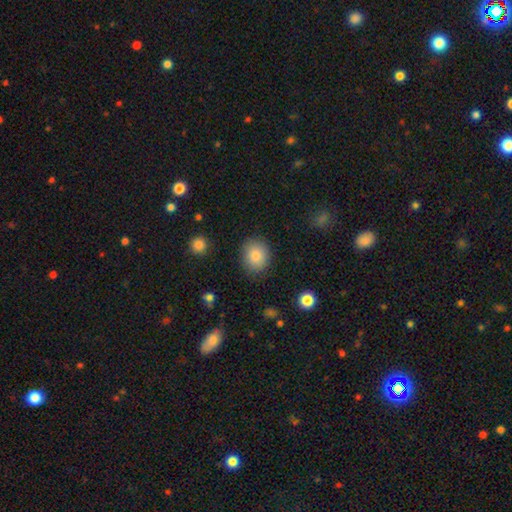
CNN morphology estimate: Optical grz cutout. It shows a smooth galaxy with no disk features (81%) that is round (71%). Merging: none (87%).